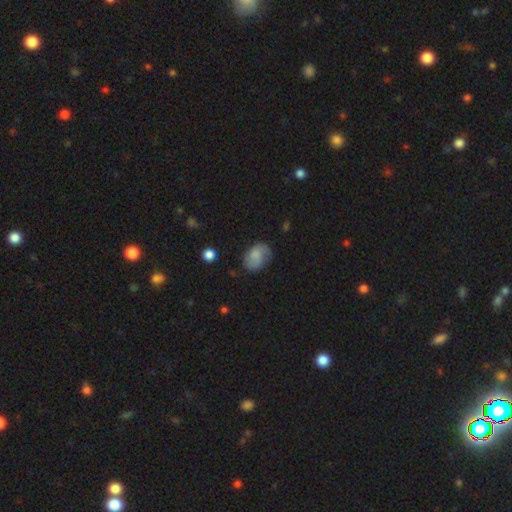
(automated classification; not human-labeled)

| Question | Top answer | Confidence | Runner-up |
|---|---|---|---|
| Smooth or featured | smooth | 71% | featured or disk (21%) |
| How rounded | in between | 76% | round (23%) |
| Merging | none | 54% | minor disturbance (31%) |